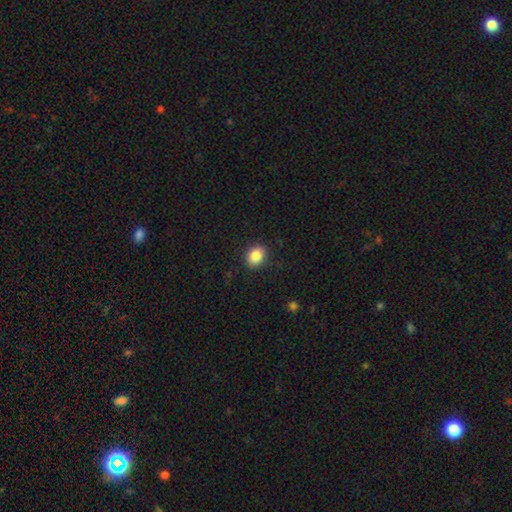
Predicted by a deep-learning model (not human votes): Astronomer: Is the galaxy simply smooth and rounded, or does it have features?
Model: smooth — 86%.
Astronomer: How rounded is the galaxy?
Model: round — 50% (runner-up: in between, 49%).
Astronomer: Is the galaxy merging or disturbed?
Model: none — 89%.